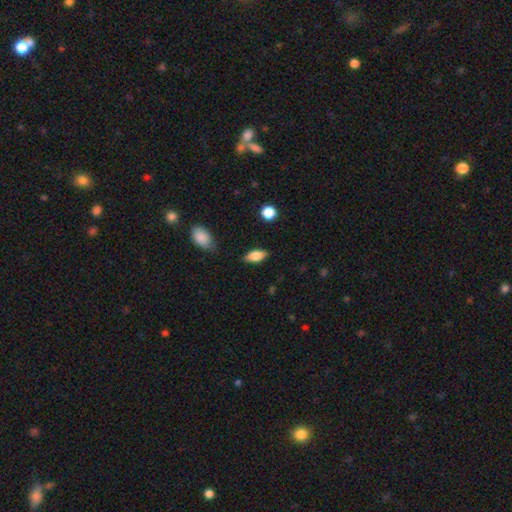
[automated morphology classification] This appears to be a smooth galaxy with no disk features (77%) that is in between round and cigar-shaped (85%). Merging: none (83%).